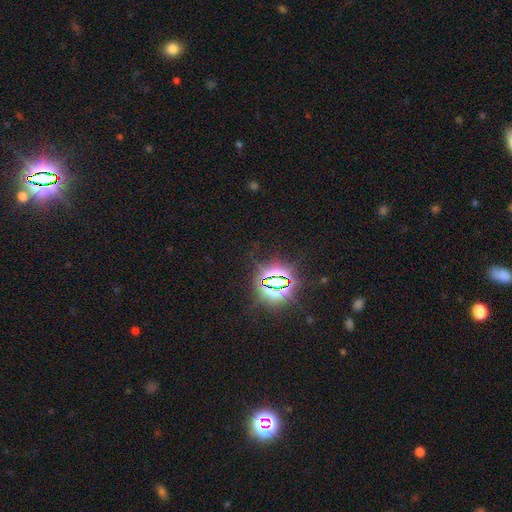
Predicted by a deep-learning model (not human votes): Q: Smooth or featured?
A: star or artifact (82%); runner-up: smooth (11%)